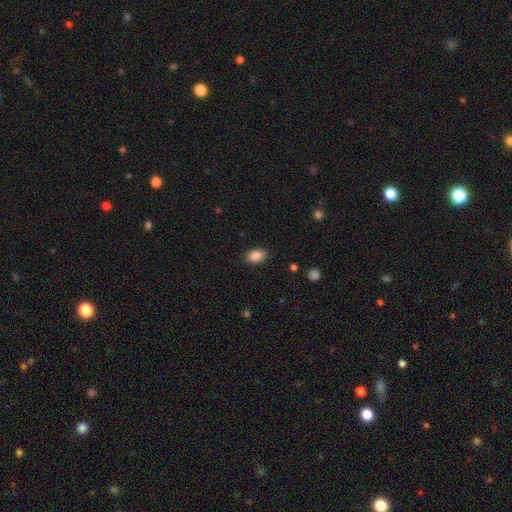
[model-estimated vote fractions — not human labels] smooth_or_featured: smooth (p=0.88) [alt: star or artifact p=0.09]
how_rounded: in between (p=0.86) [alt: round p=0.12]
merging: none (p=0.88) [alt: minor disturbance p=0.09]